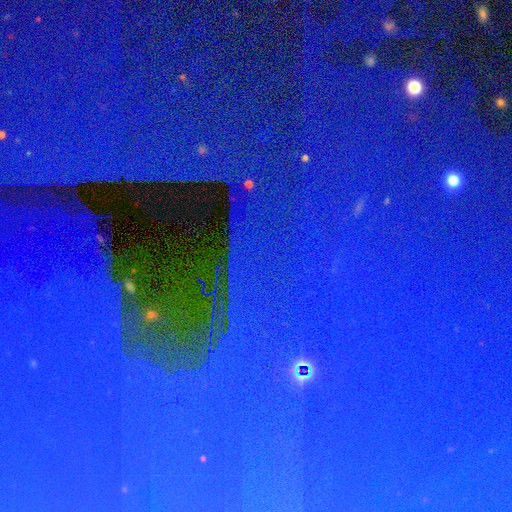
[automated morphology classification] The model was most divided on "smooth or featured": star or artifact: 84%, smooth: 9%, featured or disk: 8%.